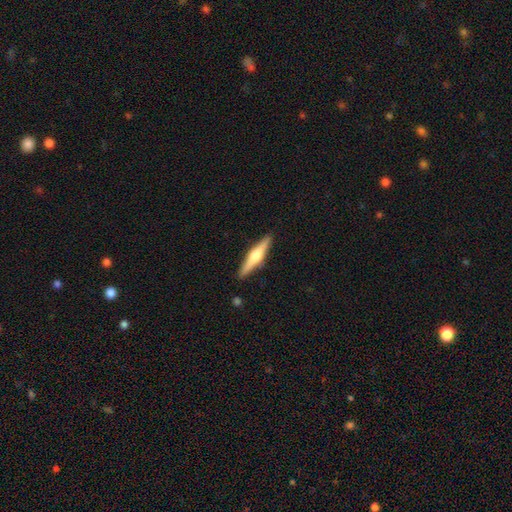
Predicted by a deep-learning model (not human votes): A featured or disk galaxy (66%) viewed edge-on (97%) with a rounded central bulge (92%).

Vote fractions:
- Smooth or featured? featured or disk: 66% / smooth: 29% / star or artifact: 5%
- Edge-on disk? yes: 97% / no: 3%
- Edge-on bulge? rounded: 92% / boxy: 5% / none: 3%
- Merging? none: 90% / minor disturbance: 7% / major disturbance: 2% / merger: 1%